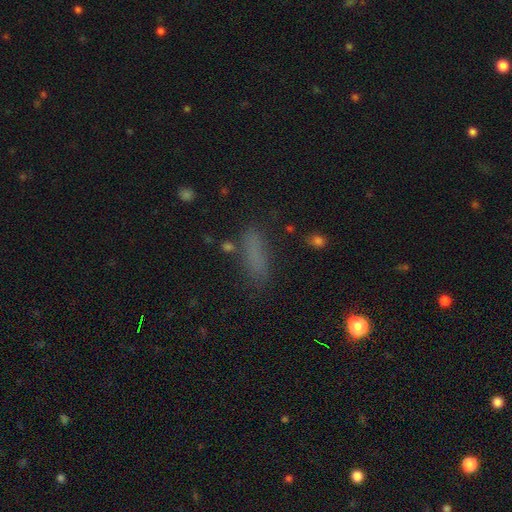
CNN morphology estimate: The model was most divided on "how rounded": cigar-shaped: 59%, in between: 37%, round: 4%. More confident: merging — none (75%); smooth or featured — smooth (74%).